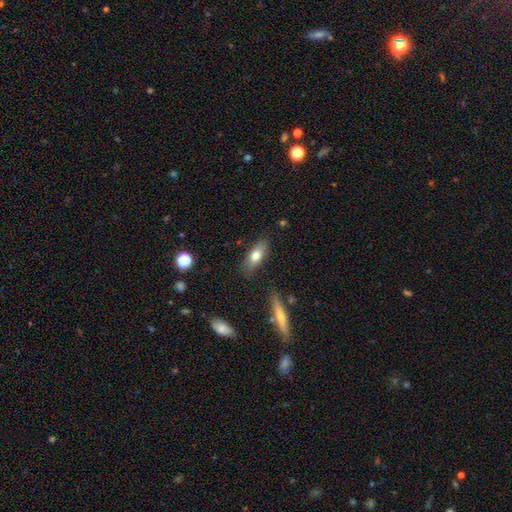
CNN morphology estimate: A smooth galaxy with no disk features (74%) that is in between round and cigar-shaped (75%).

Vote fractions:
- Smooth or featured? smooth: 74% / featured or disk: 18% / star or artifact: 7%
- How rounded? in between: 75% / cigar-shaped: 21% / round: 4%
- Merging? none: 82% / minor disturbance: 12% / major disturbance: 3% / merger: 2%